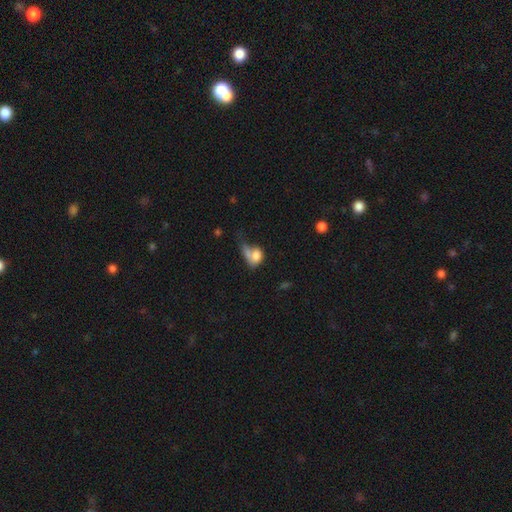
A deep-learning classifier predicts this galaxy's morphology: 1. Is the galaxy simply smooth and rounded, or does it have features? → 70% smooth, 21% featured or disk, 9% star or artifact.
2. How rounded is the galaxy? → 72% in between, 25% round, 3% cigar-shaped.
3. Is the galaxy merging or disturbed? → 32% merger, 31% major disturbance, 22% none, 16% minor disturbance.